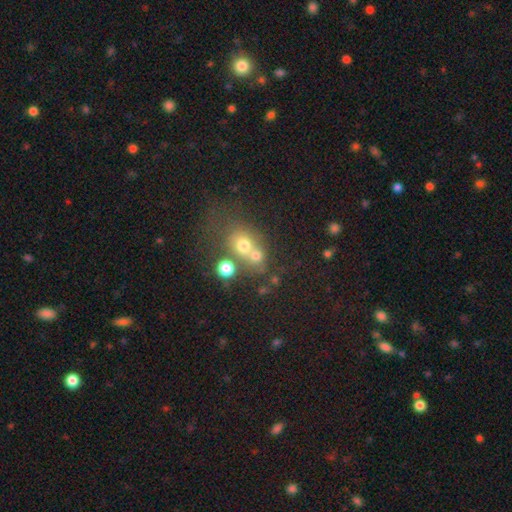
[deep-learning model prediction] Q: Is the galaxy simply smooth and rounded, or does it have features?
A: smooth — 65%.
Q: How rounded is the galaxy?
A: round — 70%.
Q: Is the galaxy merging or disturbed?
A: merger — 47%.